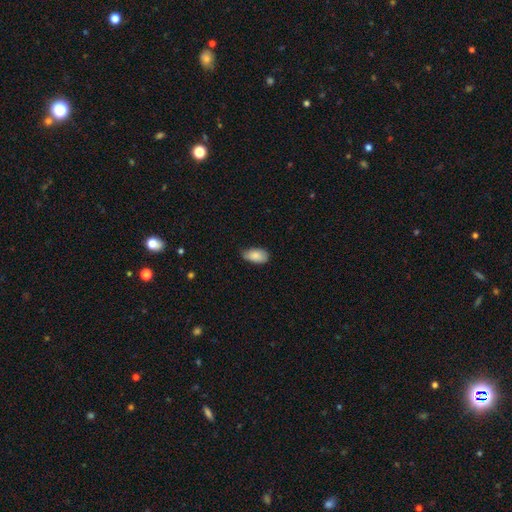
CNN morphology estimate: Smooth or featured?
  - smooth: 86% *
  - featured or disk: 8%
  - star or artifact: 7%
How rounded?
  - in between: 93% *
  - round: 5%
  - cigar-shaped: 2%
Merging?
  - none: 65% *
  - minor disturbance: 30%
  - major disturbance: 4%
  - merger: 1%